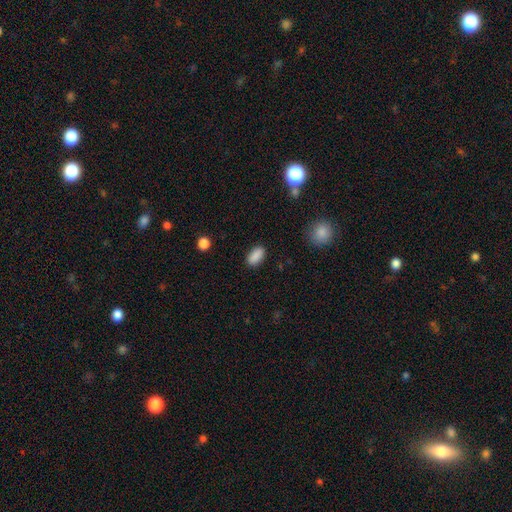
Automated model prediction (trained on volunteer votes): Morphology: type=smooth (89%); roundness=in between (92%); merging=none (87%).